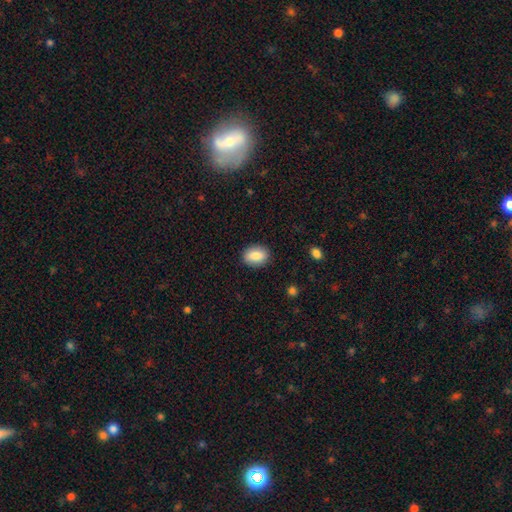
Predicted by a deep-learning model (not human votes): smooth-or-featured: smooth: 86% | star or artifact: 7% | featured or disk: 7%
  how-rounded: in between: 73% | round: 26% | cigar-shaped: 1%
  merging: none: 88% | minor disturbance: 9% | major disturbance: 2% | merger: 1%